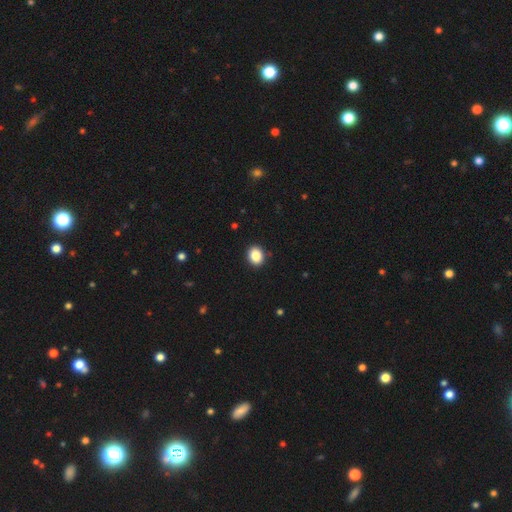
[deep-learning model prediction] This appears to be a smooth galaxy with no disk features (87%) that is round (53%). Merging: none (91%).